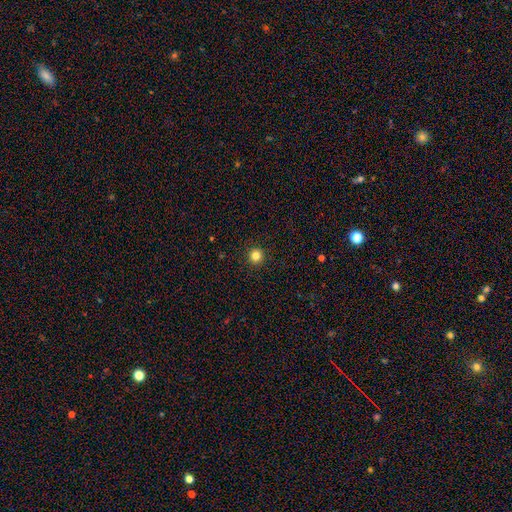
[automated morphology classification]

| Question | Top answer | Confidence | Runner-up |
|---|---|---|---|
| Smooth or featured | smooth | 83% | star or artifact (13%) |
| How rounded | round | 94% | in between (5%) |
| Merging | none | 93% | minor disturbance (5%) |